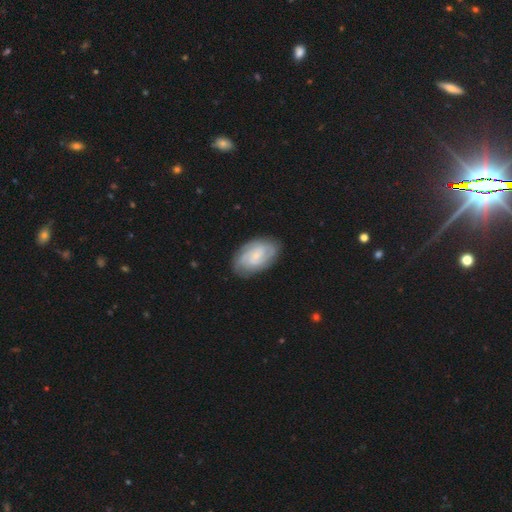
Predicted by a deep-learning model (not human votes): Overall: featured or disk (69%). Edge-on disk: no (97%). Bar: no (50%; weak 42%). Spiral arms: yes (92%). Spiral arm count: 2 (34%; can't tell 33%). Spiral winding: tight (57%; medium 33%). Bulge size: small (69%). Merging: none (80%).